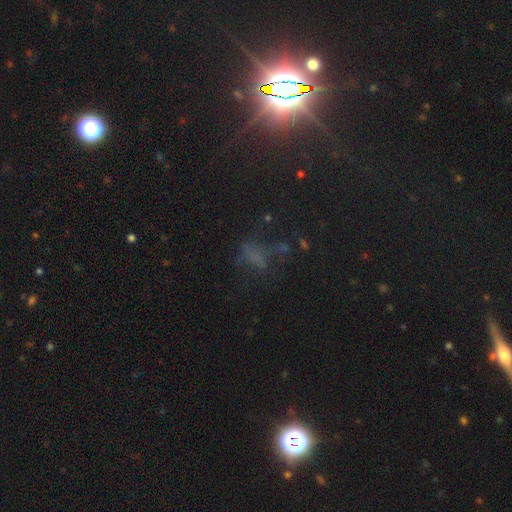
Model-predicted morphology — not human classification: This appears to be a star or artifact, not a galaxy (38%).